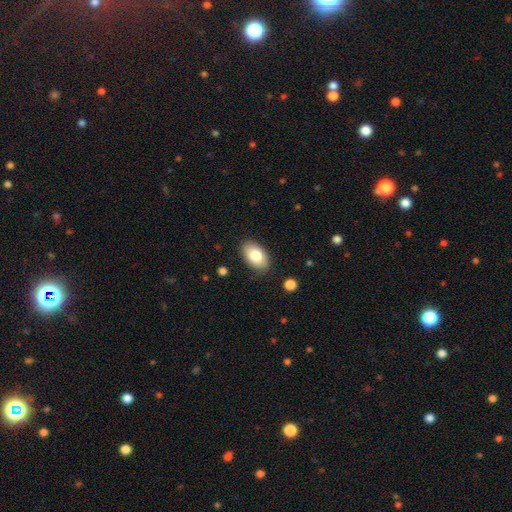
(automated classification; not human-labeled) Q: Smooth or featured?
A: smooth (80%); runner-up: featured or disk (13%)
Q: How rounded?
A: in between (92%); runner-up: round (7%)
Q: Merging?
A: none (85%); runner-up: minor disturbance (11%)